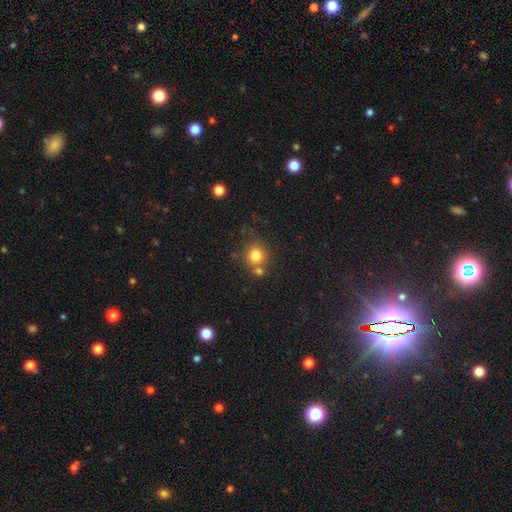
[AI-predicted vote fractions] Q: Smooth or featured?
A: smooth (80%); runner-up: star or artifact (12%)
Q: How rounded?
A: round (89%); runner-up: in between (10%)
Q: Merging?
A: none (64%); runner-up: merger (23%)